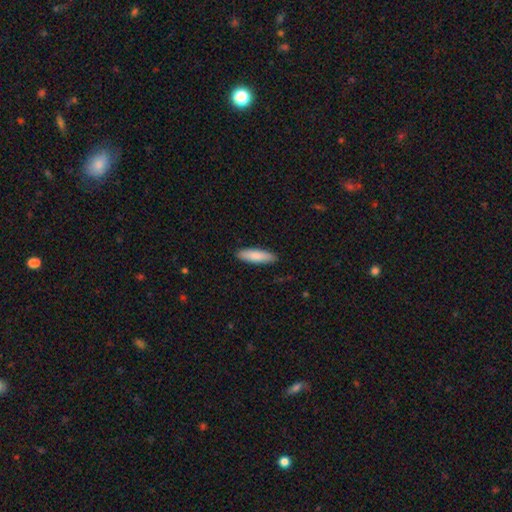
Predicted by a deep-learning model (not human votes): Overall: smooth (85%). How rounded: cigar-shaped (63%; in between 35%). Merging: none (90%).